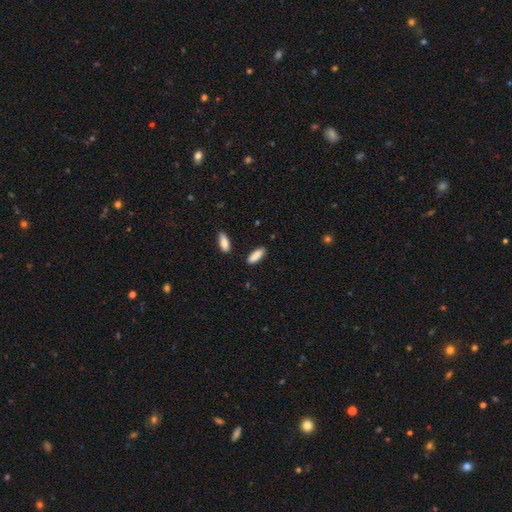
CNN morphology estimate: A smooth galaxy with no disk features (88%) that is in between round and cigar-shaped (57%). Merging: none (85%).